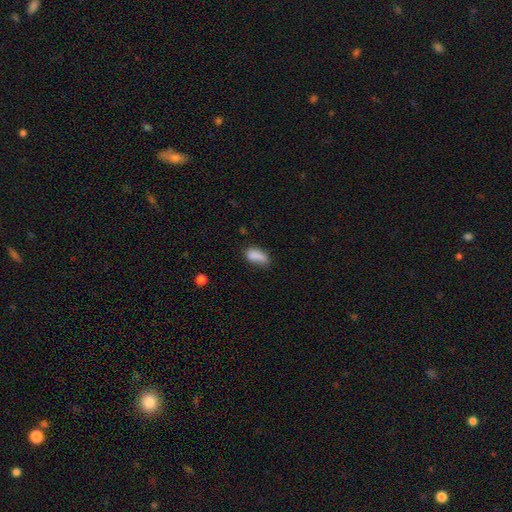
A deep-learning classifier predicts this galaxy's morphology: The model was most divided on "merging": none: 48%, minor disturbance: 33%, major disturbance: 13%, merger: 6%. More confident: how rounded — in between (85%); smooth or featured — smooth (83%).